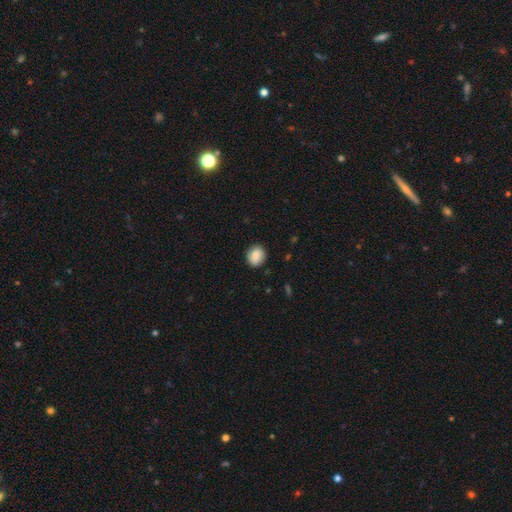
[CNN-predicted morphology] smooth_or_featured: smooth (p=0.85) [alt: star or artifact p=0.08]
how_rounded: round (p=0.78) [alt: in between p=0.21]
merging: none (p=0.86) [alt: minor disturbance p=0.10]